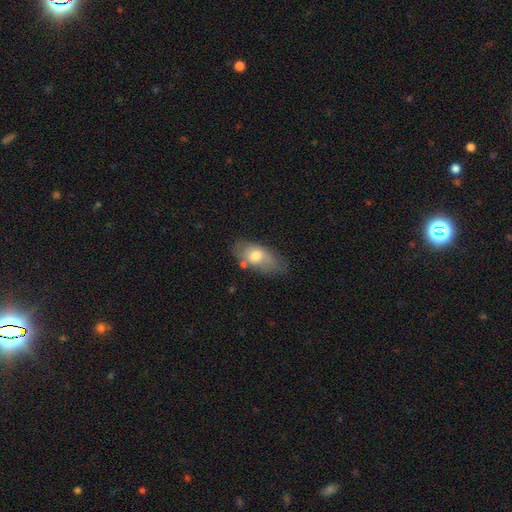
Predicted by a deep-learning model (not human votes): Q: Smooth or featured?
A: smooth (67%); runner-up: featured or disk (26%)
Q: How rounded?
A: in between (89%); runner-up: cigar-shaped (6%)
Q: Merging?
A: none (64%); runner-up: minor disturbance (24%)